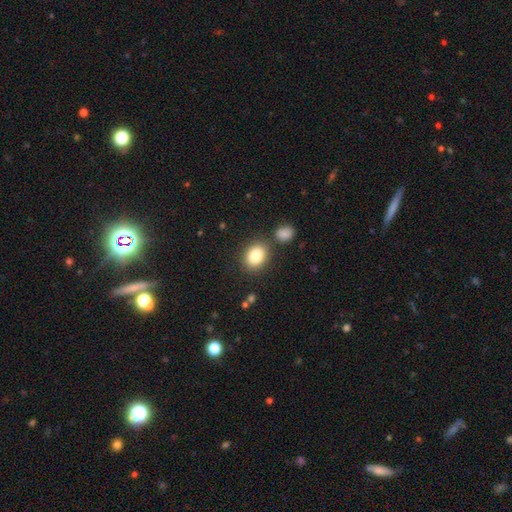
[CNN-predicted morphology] The model was most divided on "how rounded": in between: 62%, round: 37%, cigar-shaped: 1%. More confident: smooth or featured — smooth (86%); merging — none (76%).